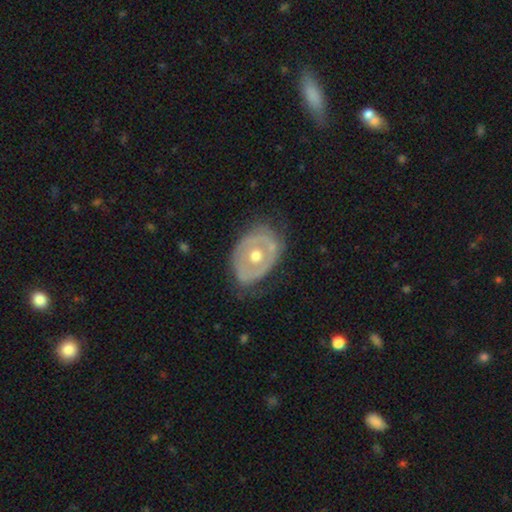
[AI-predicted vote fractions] Smooth or featured? featured or disk (64%)
Edge-on disk? no (93%)
Bar? no (88%)
Spiral arms? no (80%)
Bulge size? moderate (80%)
Merging? none (68%)